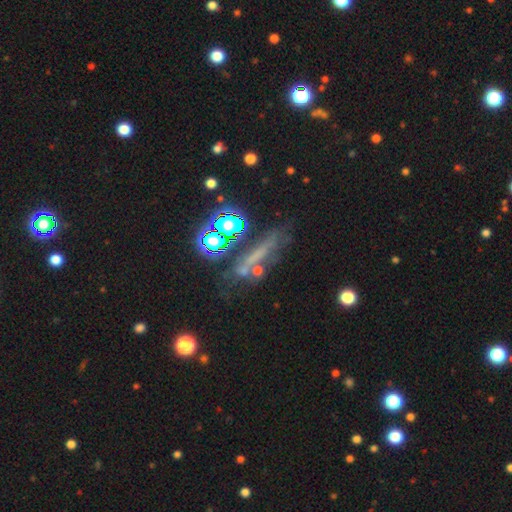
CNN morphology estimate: smooth_or_featured: smooth (p=0.38) [alt: star or artifact p=0.32]
merging: none (p=0.56) [alt: minor disturbance p=0.20]